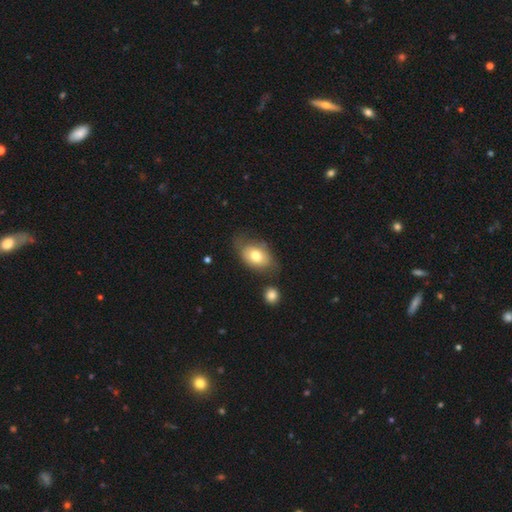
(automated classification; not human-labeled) Overall: smooth (73%). How rounded: in between (82%). Merging: none (56%; minor disturbance 26%).